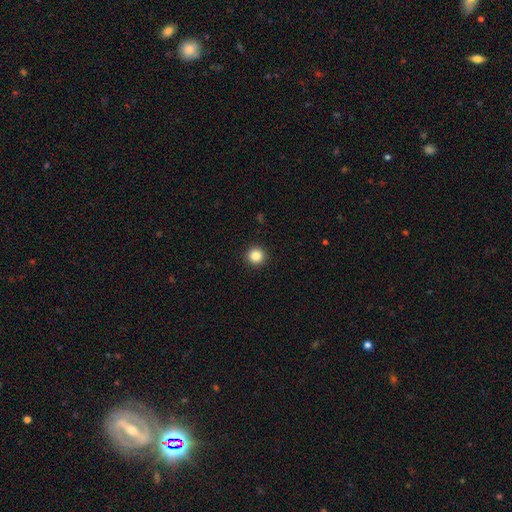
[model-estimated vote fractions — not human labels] Overall: smooth (85%). How rounded: round (95%). Merging: none (93%).